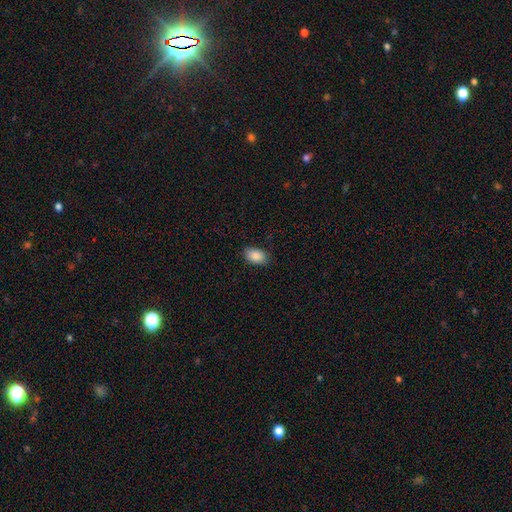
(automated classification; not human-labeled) smooth_or_featured: smooth (p=0.88) [alt: star or artifact p=0.07]
how_rounded: in between (p=0.89) [alt: round p=0.10]
merging: none (p=0.84) [alt: minor disturbance p=0.13]